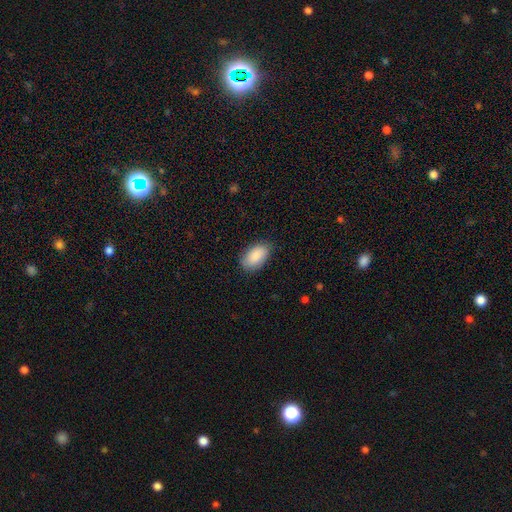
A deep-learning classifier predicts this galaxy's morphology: This is clearly a smooth galaxy (87%). How rounded: clearly in between (94%). Merging: clearly none (81%).